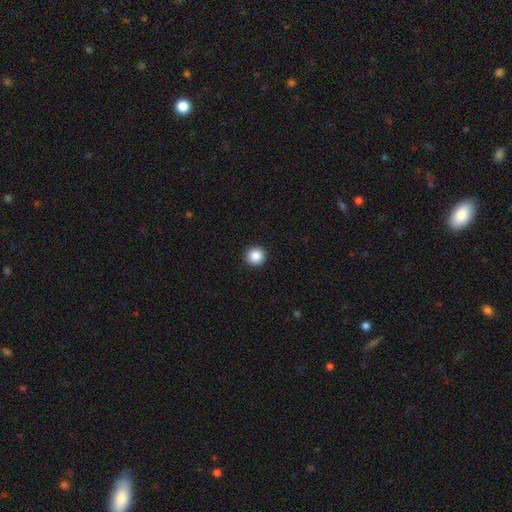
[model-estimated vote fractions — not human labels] A smooth galaxy with no disk features (87%) that is round (96%).

Vote fractions:
- Smooth or featured? smooth: 87% / star or artifact: 10% / featured or disk: 3%
- How rounded? round: 96% / in between: 3% / cigar-shaped: 1%
- Merging? none: 94% / minor disturbance: 4% / major disturbance: 1% / merger: 1%